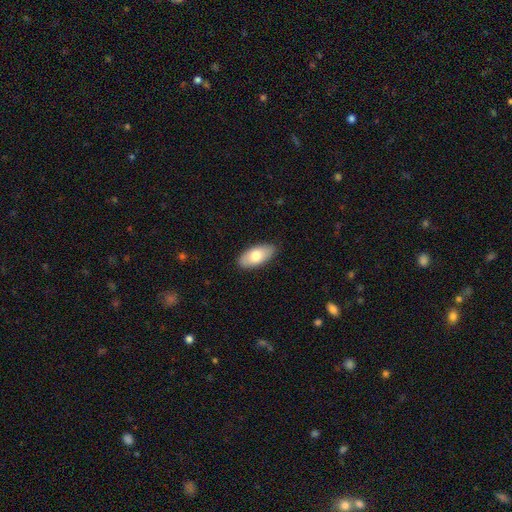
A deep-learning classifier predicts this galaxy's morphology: This is likely a smooth galaxy (76%). How rounded: clearly in between (92%). Merging: clearly none (87%).